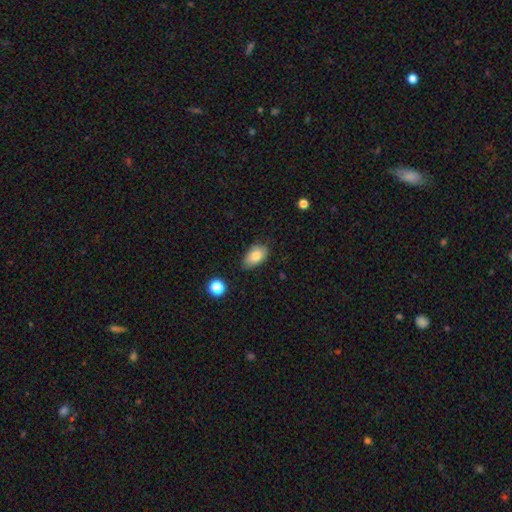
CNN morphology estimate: The model was most divided on "merging": none: 69%, minor disturbance: 25%, major disturbance: 4%, merger: 2%. More confident: how rounded — in between (89%); smooth or featured — smooth (82%).